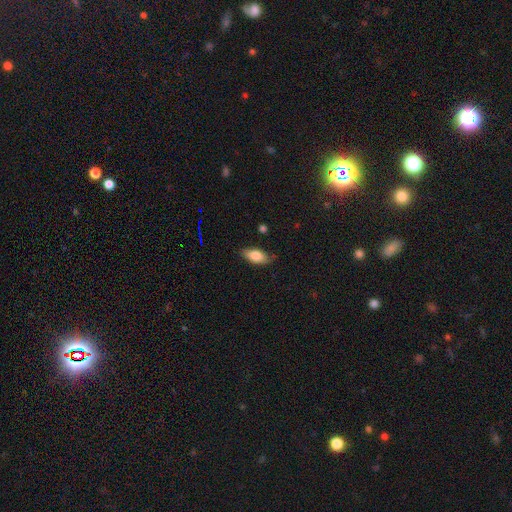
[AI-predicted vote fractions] This is likely a smooth galaxy (80%). How rounded: clearly in between (87%). Merging: clearly none (80%).